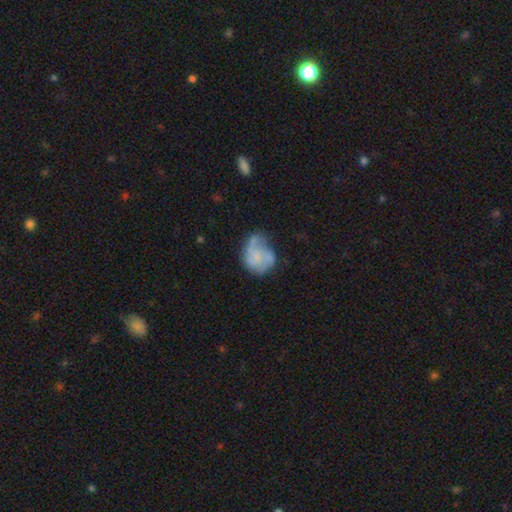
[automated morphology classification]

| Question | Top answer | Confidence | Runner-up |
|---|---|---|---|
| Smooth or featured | featured or disk | 56% | smooth (36%) |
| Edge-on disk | no | 98% | yes (2%) |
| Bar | no | 78% | weak (19%) |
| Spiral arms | yes | 68% | no (32%) |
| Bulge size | small | 49% | none (32%) |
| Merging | none | 39% | minor disturbance (31%) |